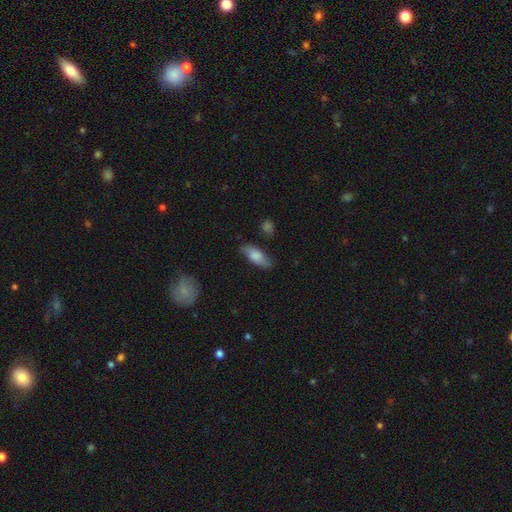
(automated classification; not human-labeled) This appears to be a smooth galaxy with no disk features (78%) that is in between round and cigar-shaped (72%). Merging: none (79%).